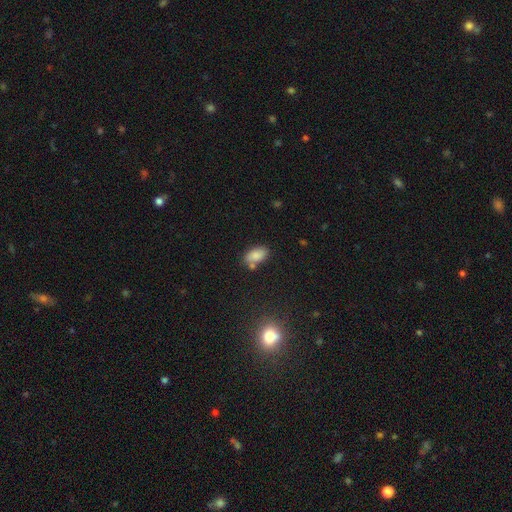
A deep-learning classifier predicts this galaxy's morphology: A smooth galaxy with no disk features (83%) that is in between round and cigar-shaped (92%). Merging: none (68%).